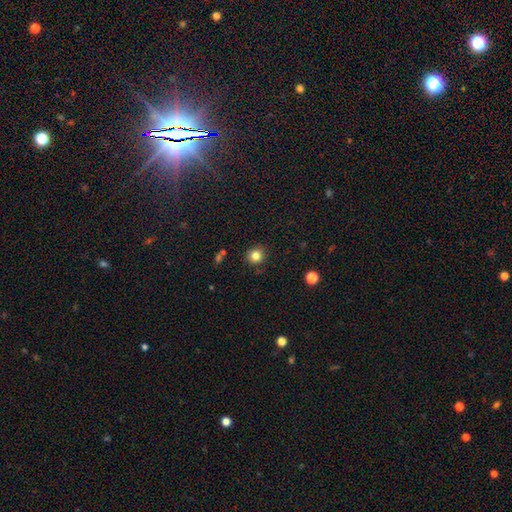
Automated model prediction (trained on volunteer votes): A smooth galaxy with no disk features (82%) that is round (90%). Merging: none (88%).